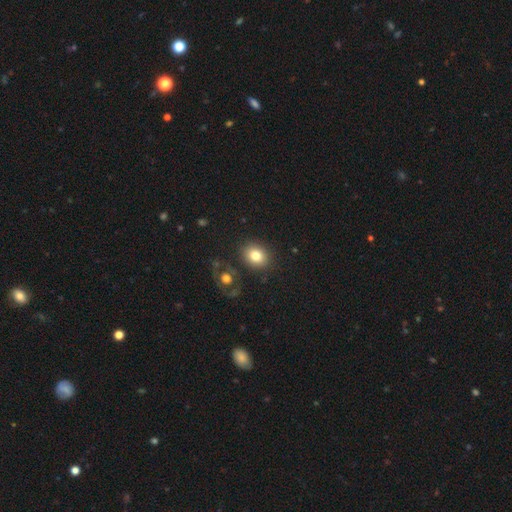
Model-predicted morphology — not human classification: smooth_or_featured: smooth (p=0.80) [alt: star or artifact p=0.10]
how_rounded: round (p=0.52) [alt: in between p=0.48]
merging: none (p=0.84) [alt: minor disturbance p=0.09]